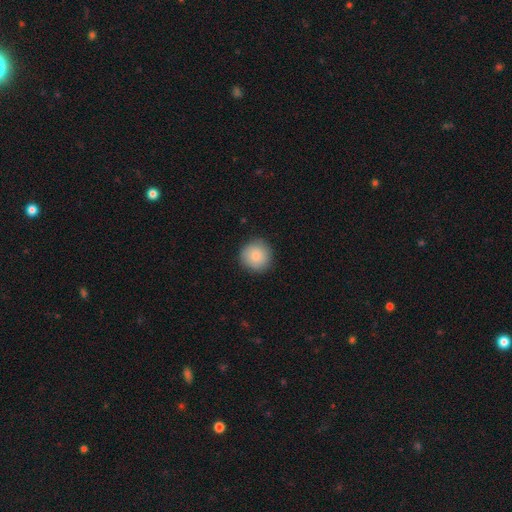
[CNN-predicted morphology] A smooth galaxy with no disk features (85%) that is round (94%).

Vote fractions:
- Smooth or featured? smooth: 85% / featured or disk: 7% / star or artifact: 7%
- How rounded? round: 94% / in between: 5% / cigar-shaped: 1%
- Merging? none: 89% / minor disturbance: 8% / major disturbance: 2% / merger: 1%